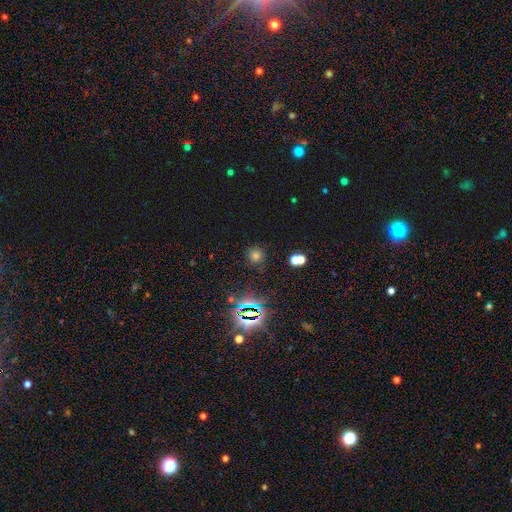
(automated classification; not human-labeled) Smooth or featured? smooth (49%)
Merging? none (87%)